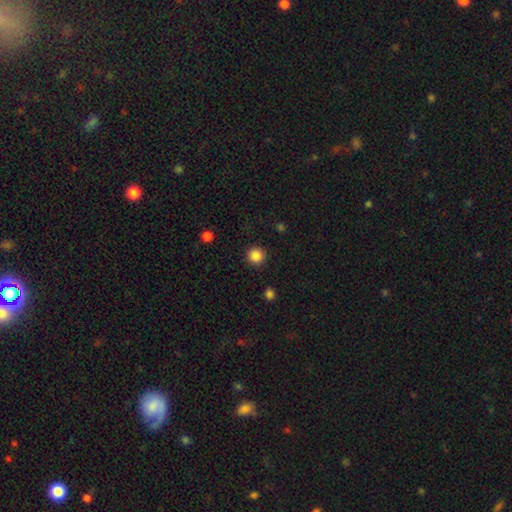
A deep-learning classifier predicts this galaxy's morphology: smooth_or_featured: smooth (p=0.86) [alt: star or artifact p=0.11]
how_rounded: round (p=0.95) [alt: in between p=0.04]
merging: none (p=0.92) [alt: minor disturbance p=0.05]